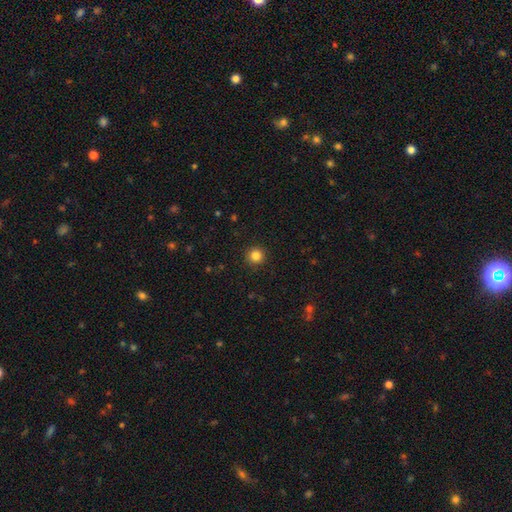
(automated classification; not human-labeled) A smooth galaxy with no disk features (85%) that is round (95%). Merging: none (92%).